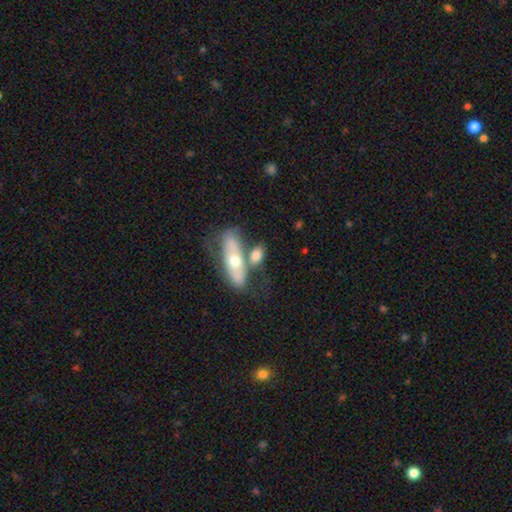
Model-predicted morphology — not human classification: type=smooth (61%); roundness=in between (72%); merging=merger (43%).